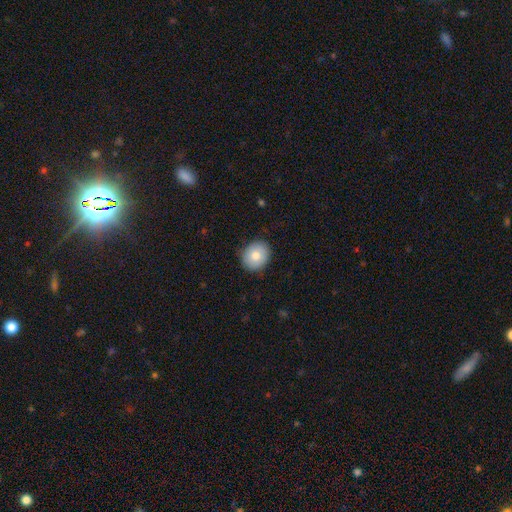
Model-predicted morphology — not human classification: Smooth or featured?
  - smooth: 78% *
  - featured or disk: 14%
  - star or artifact: 8%
How rounded?
  - round: 67% *
  - in between: 32%
  - cigar-shaped: 1%
Merging?
  - none: 88% *
  - minor disturbance: 9%
  - major disturbance: 2%
  - merger: 1%